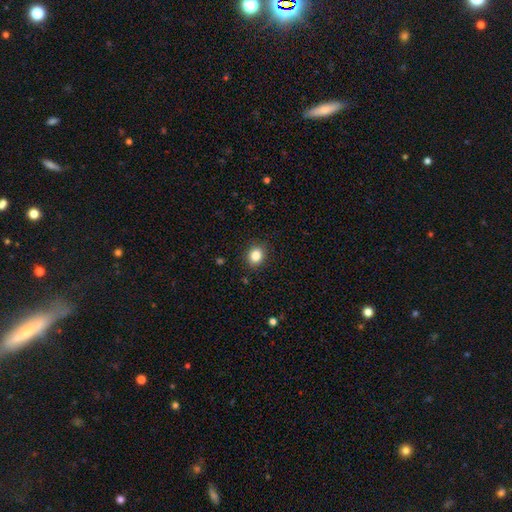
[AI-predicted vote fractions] smooth_or_featured: smooth (p=0.84) [alt: star or artifact p=0.11]
how_rounded: round (p=0.67) [alt: in between p=0.33]
merging: none (p=0.89) [alt: minor disturbance p=0.08]